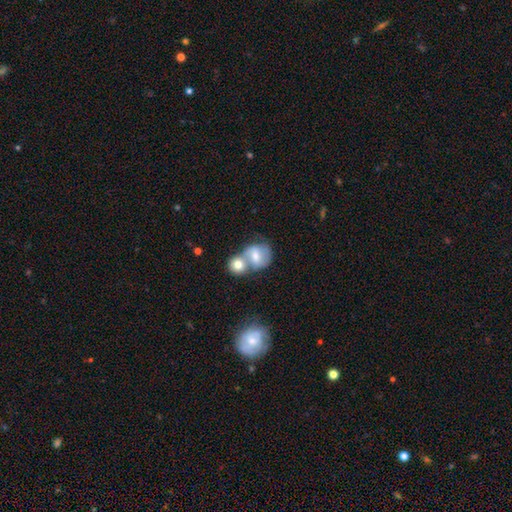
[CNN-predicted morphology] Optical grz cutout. It shows a smooth galaxy with no disk features (59%) that is round (62%). Merging: merger (67%).